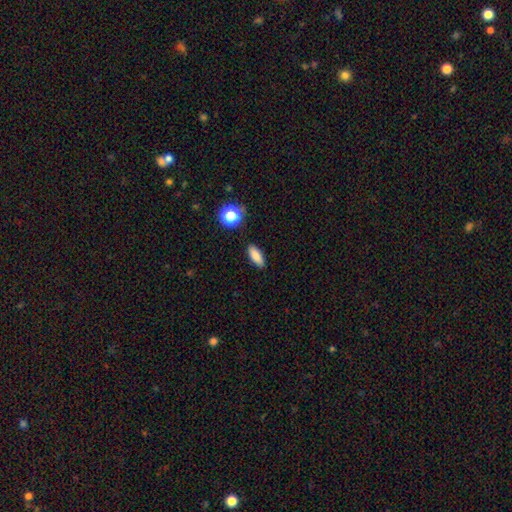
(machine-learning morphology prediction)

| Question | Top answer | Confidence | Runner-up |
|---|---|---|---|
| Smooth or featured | smooth | 83% | star or artifact (10%) |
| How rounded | in between | 75% | cigar-shaped (20%) |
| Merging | none | 87% | minor disturbance (9%) |